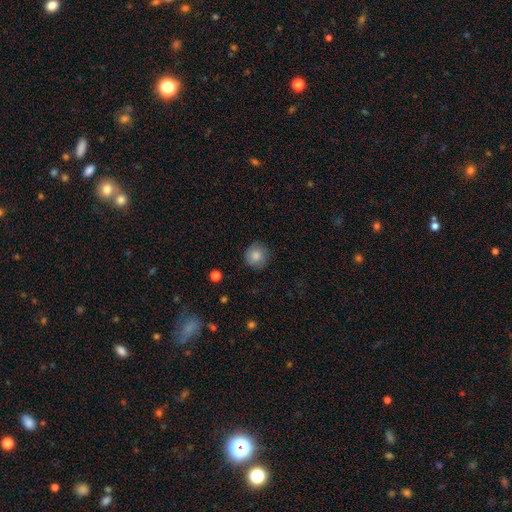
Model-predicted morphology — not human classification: Overall: smooth (79%). How rounded: round (91%). Merging: none (84%).